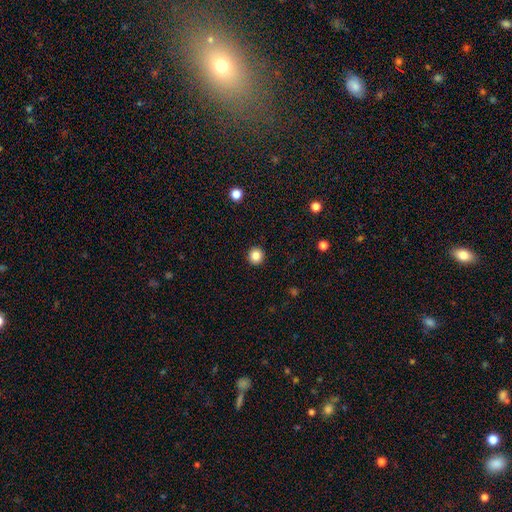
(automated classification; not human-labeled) smooth-or-featured: smooth: 86% | star or artifact: 11% | featured or disk: 3%
  how-rounded: round: 95% | in between: 4% | cigar-shaped: 1%
  merging: none: 93% | minor disturbance: 4% | major disturbance: 2% | merger: 1%